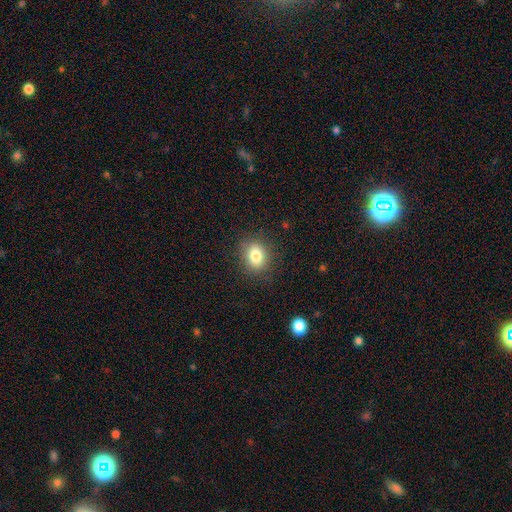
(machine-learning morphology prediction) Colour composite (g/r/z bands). It shows a smooth galaxy with no disk features (83%) that is in between round and cigar-shaped (63%). Merging: none (84%).